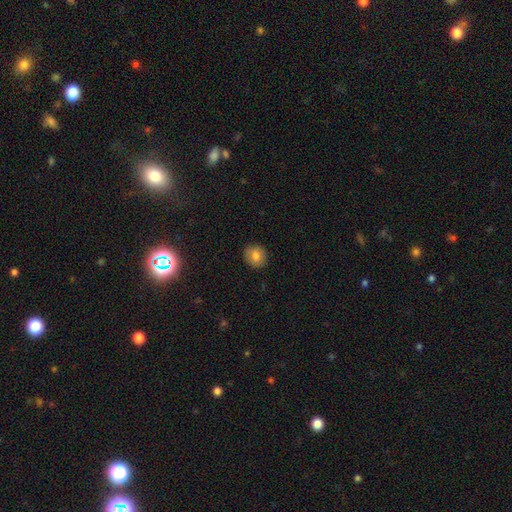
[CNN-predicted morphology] Overall: smooth (77%). How rounded: round (79%). Merging: none (88%).